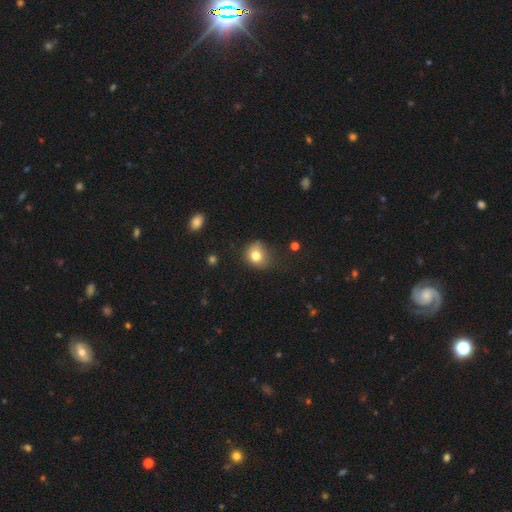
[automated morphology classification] A smooth galaxy with no disk features (78%) that is round (73%).

Vote fractions:
- Smooth or featured? smooth: 78% / star or artifact: 12% / featured or disk: 10%
- How rounded? round: 73% / in between: 26% / cigar-shaped: 1%
- Merging? none: 60% / minor disturbance: 28% / major disturbance: 9% / merger: 2%